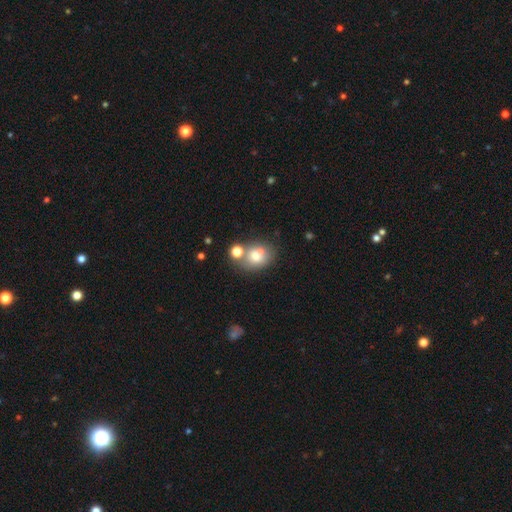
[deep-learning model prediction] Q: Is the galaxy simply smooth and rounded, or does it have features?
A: smooth — 70%.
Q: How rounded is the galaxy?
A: round — 56%.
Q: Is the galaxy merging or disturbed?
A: none — 51%.